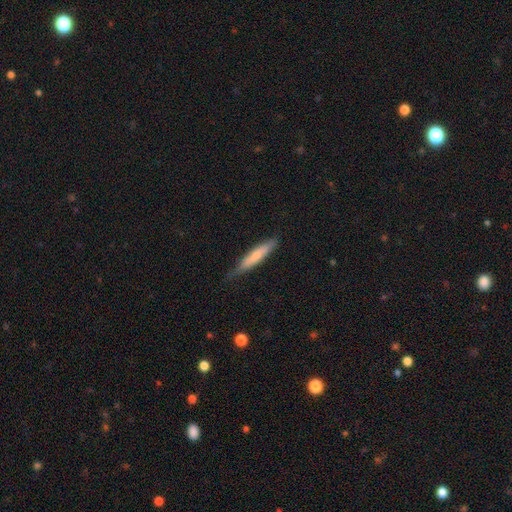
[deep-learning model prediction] smooth_or_featured: smooth (p=0.66) [alt: featured or disk p=0.29]
how_rounded: cigar-shaped (p=0.89) [alt: in between p=0.10]
merging: none (p=0.76) [alt: minor disturbance p=0.19]